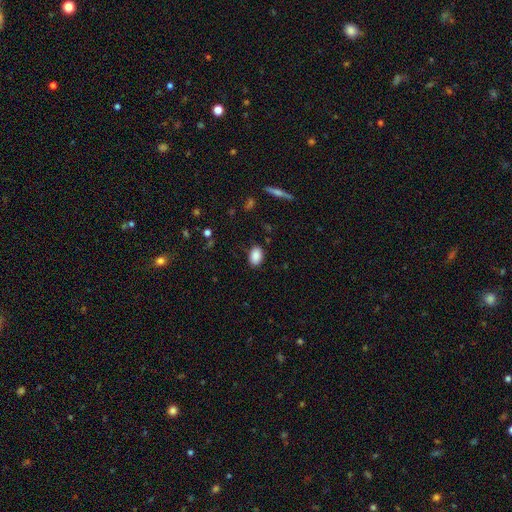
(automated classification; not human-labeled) This appears to be a smooth galaxy with no disk features (88%) that is in between round and cigar-shaped (87%). Merging: none (85%).